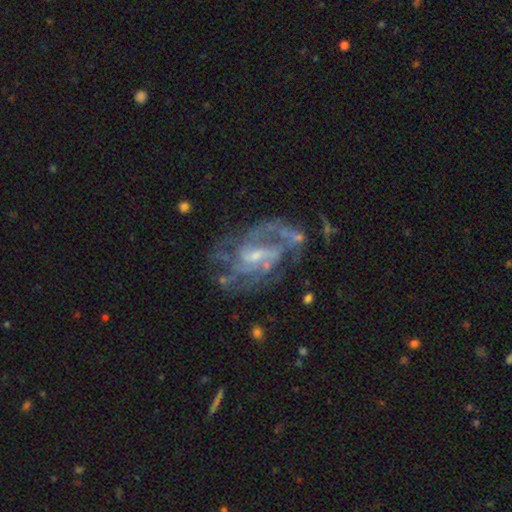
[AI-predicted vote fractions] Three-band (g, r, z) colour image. It shows a featured or disk galaxy (87%) with a weak bar (52%), 2 (28%) medium (48%) spiral arms (93%) and a small central bulge (60%). Merging: none (57%).